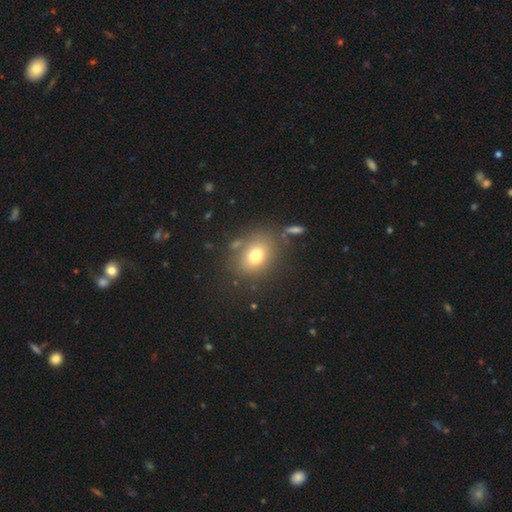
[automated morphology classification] Smooth or featured: smooth — 74% (featured or disk — 13%)
How rounded: in between — 53% (round — 46%)
Merging: none — 77% (minor disturbance — 11%)